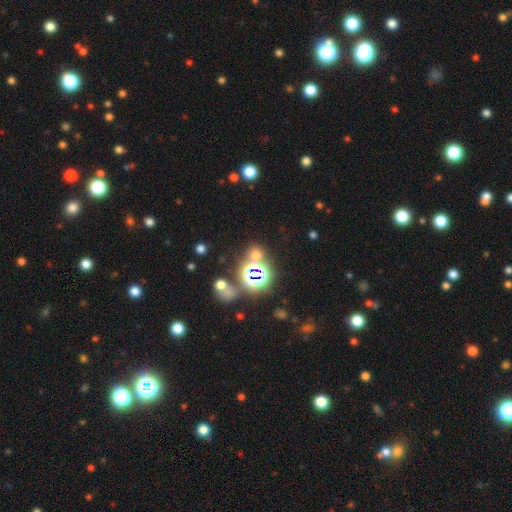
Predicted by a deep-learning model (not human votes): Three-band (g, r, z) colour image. It shows a star or artifact, not a galaxy (52%).